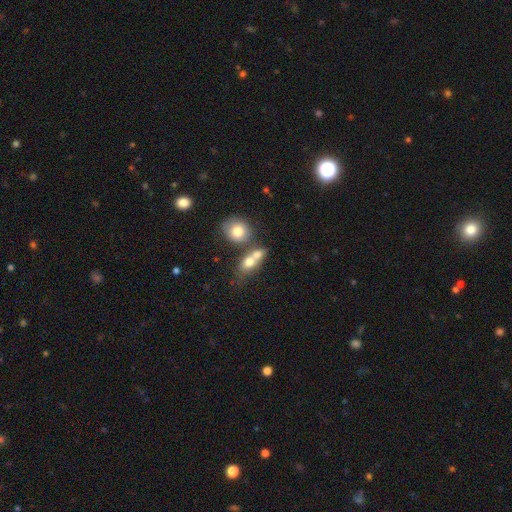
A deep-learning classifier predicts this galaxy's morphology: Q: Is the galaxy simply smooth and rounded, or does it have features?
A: smooth — 71%.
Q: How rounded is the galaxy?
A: in between — 57%.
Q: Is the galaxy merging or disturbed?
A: merger — 58%.